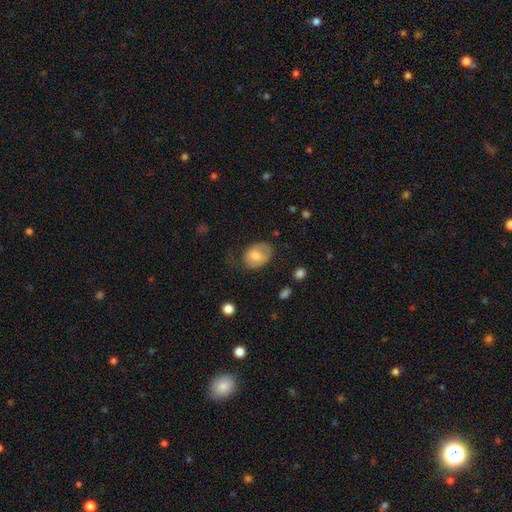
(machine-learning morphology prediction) This appears to be a smooth galaxy with no disk features (70%) that is in between round and cigar-shaped (63%). Merging: none (51%).